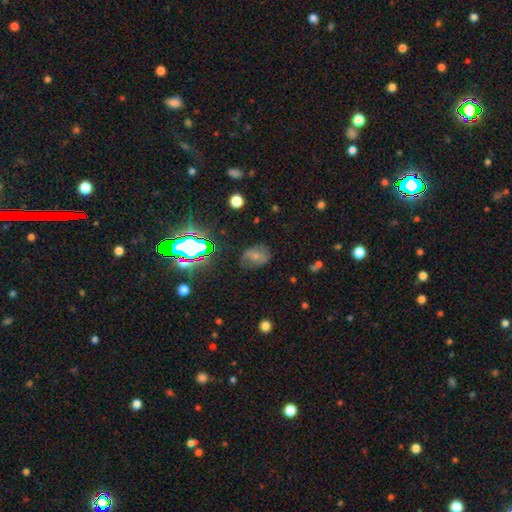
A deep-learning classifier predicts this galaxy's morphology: type=smooth (49%); merging=none (58%).